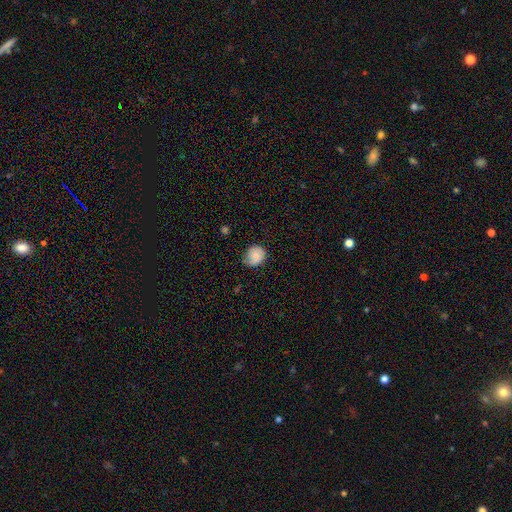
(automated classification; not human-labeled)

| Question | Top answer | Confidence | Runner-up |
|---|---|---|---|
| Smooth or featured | smooth | 64% | featured or disk (28%) |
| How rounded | round | 70% | in between (29%) |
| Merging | none | 59% | minor disturbance (30%) |